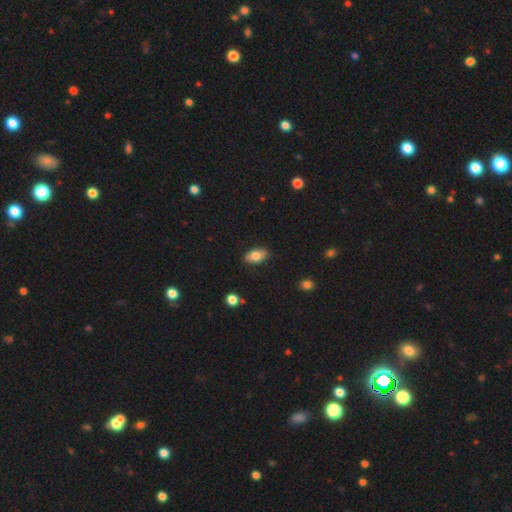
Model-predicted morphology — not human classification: smooth 80%, featured or disk 13%, star or artifact 8%. Down the decision tree: how rounded — in between (91%); merging — none (87%).